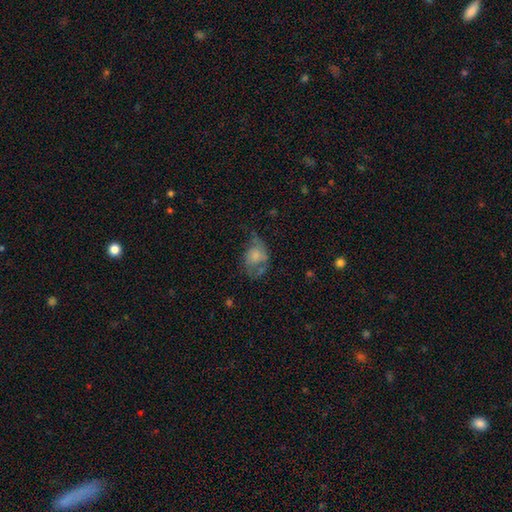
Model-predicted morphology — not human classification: type=smooth (54%); roundness=in between (68%); merging=major disturbance (33%, tied with none).